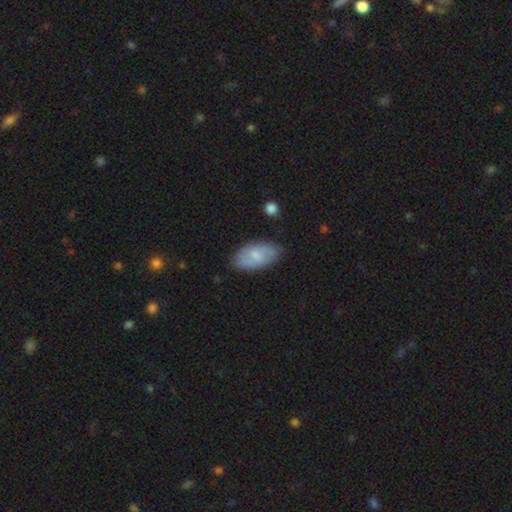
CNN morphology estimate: A smooth galaxy with no disk features (64%) that is in between round and cigar-shaped (94%).

Vote fractions:
- Smooth or featured? smooth: 64% / featured or disk: 30% / star or artifact: 6%
- How rounded? in between: 94% / round: 3% / cigar-shaped: 3%
- Merging? none: 80% / minor disturbance: 16% / major disturbance: 3% / merger: 2%